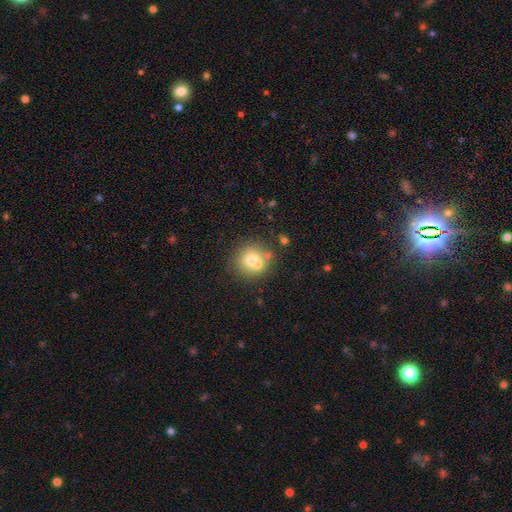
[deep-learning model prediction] Smooth or featured?
  - smooth: 67% *
  - featured or disk: 21%
  - star or artifact: 12%
How rounded?
  - round: 90% *
  - in between: 9%
  - cigar-shaped: 1%
Merging?
  - none: 55% *
  - merger: 31%
  - minor disturbance: 10%
  - major disturbance: 4%